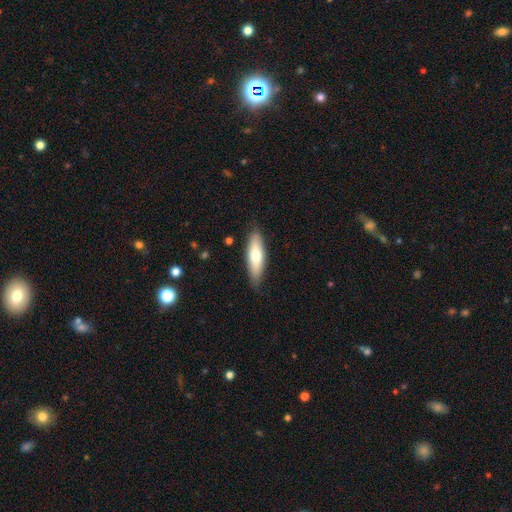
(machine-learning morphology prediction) type=smooth (67%); roundness=cigar-shaped (52%); merging=none (85%).